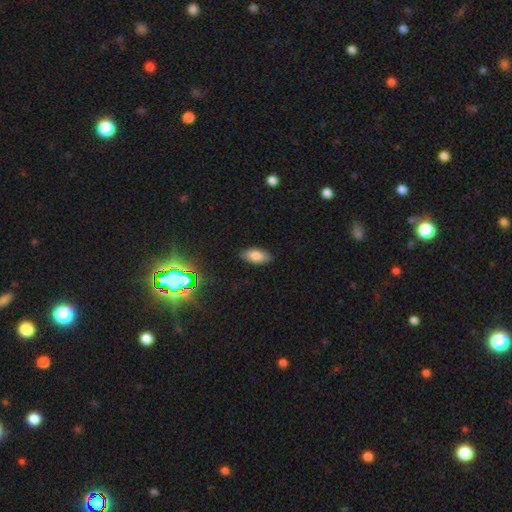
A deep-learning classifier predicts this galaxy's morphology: Q: Smooth or featured?
A: smooth (81%); runner-up: star or artifact (11%)
Q: How rounded?
A: in between (91%); runner-up: cigar-shaped (6%)
Q: Merging?
A: none (87%); runner-up: minor disturbance (10%)